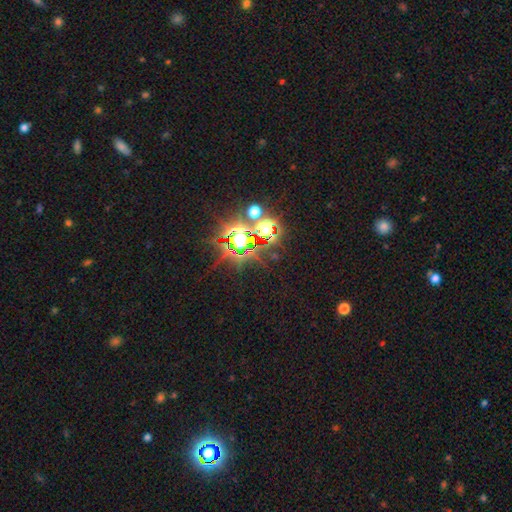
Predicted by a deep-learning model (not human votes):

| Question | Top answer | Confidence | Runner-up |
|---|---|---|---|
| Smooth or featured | star or artifact | 80% | smooth (13%) |